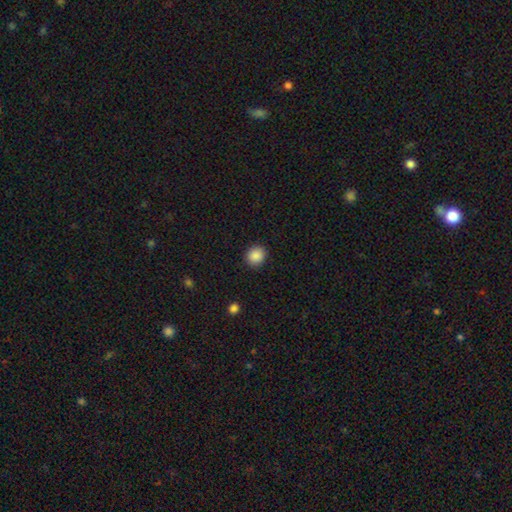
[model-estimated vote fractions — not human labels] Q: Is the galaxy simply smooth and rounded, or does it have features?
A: smooth — 88%.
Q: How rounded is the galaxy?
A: round — 85%.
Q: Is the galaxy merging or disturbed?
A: none — 91%.